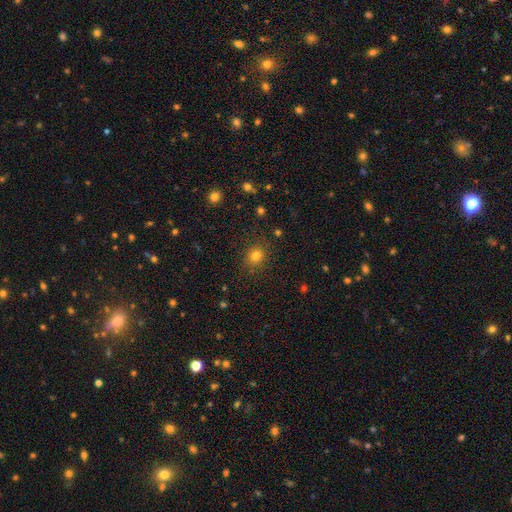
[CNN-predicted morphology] Smooth or featured: smooth — 80% (star or artifact — 15%)
How rounded: round — 76% (in between — 23%)
Merging: none — 85% (minor disturbance — 10%)